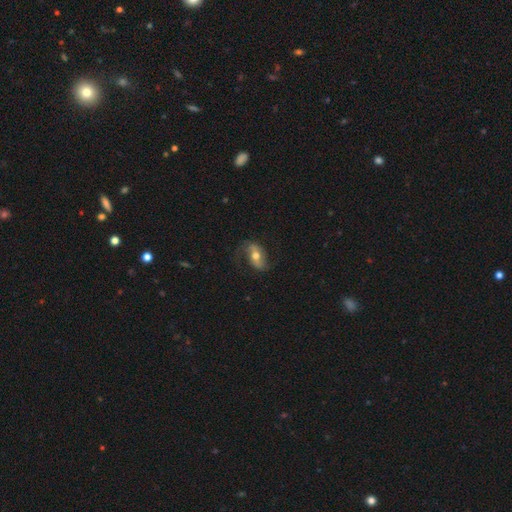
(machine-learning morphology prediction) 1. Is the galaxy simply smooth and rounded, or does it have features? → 55% featured or disk, 37% smooth, 7% star or artifact.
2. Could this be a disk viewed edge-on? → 90% no, 10% yes.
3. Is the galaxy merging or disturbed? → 67% none, 21% minor disturbance, 11% major disturbance, 1% merger.